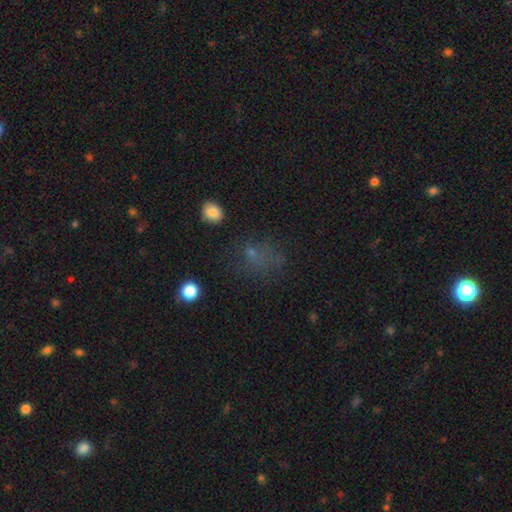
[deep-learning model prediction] Morphology: type=smooth (52%); roundness=in between (53%); merging=none (50%).